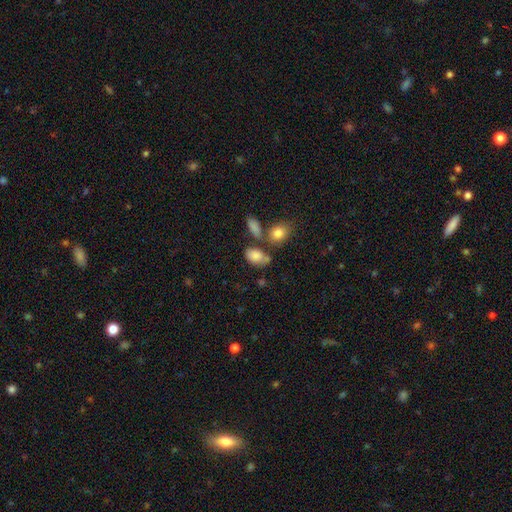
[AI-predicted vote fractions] The model was most divided on "merging": none: 49%, merger: 26%, minor disturbance: 18%, major disturbance: 7%. More confident: how rounded — in between (86%); smooth or featured — smooth (82%).